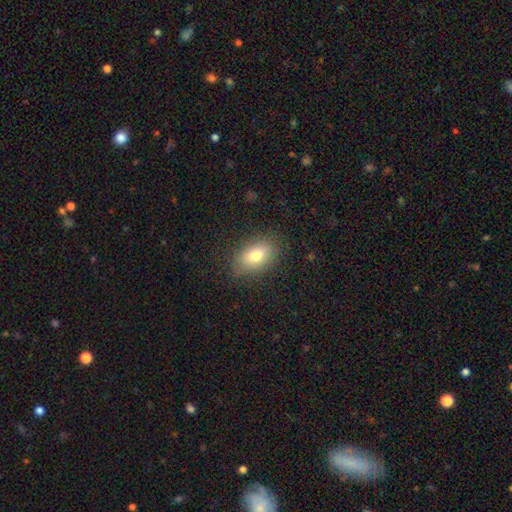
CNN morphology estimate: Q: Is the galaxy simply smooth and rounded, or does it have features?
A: smooth — 77%.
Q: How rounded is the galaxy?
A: in between — 87%.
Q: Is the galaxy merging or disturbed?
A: none — 84%.